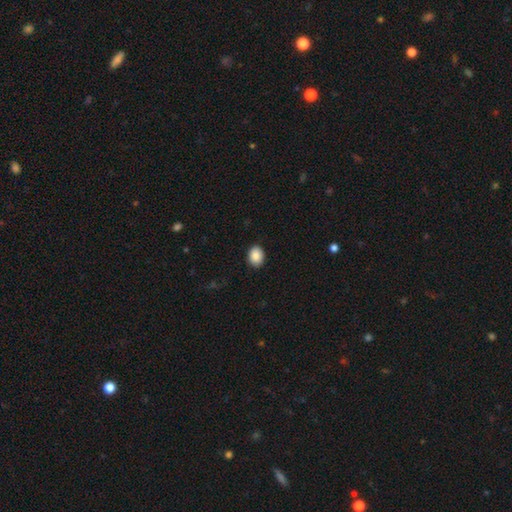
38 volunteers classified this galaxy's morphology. This appears to be a smooth galaxy with no disk features (89%) that is in between round and cigar-shaped (53%). Merging: none (89%).